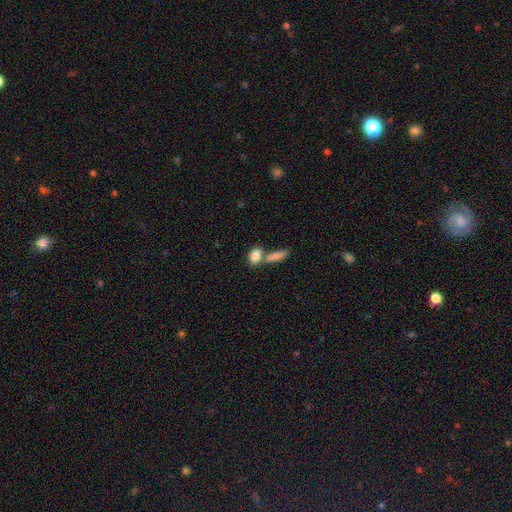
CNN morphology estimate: smooth_or_featured: smooth (p=0.82) [alt: featured or disk p=0.11]
how_rounded: in between (p=0.78) [alt: round p=0.14]
merging: merger (p=0.45) [alt: none p=0.41]